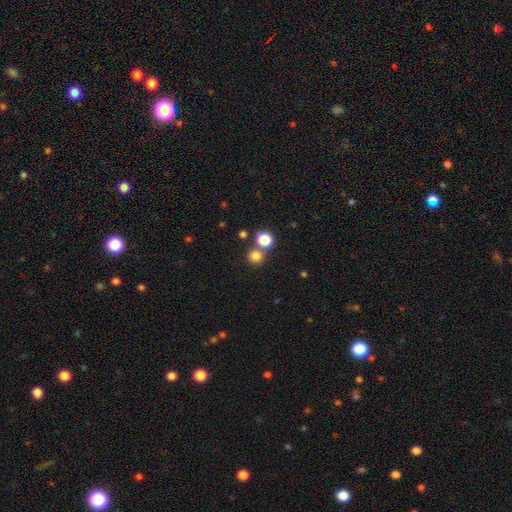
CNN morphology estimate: A smooth galaxy with no disk features (79%) that is round (90%). Merging: none (67%).